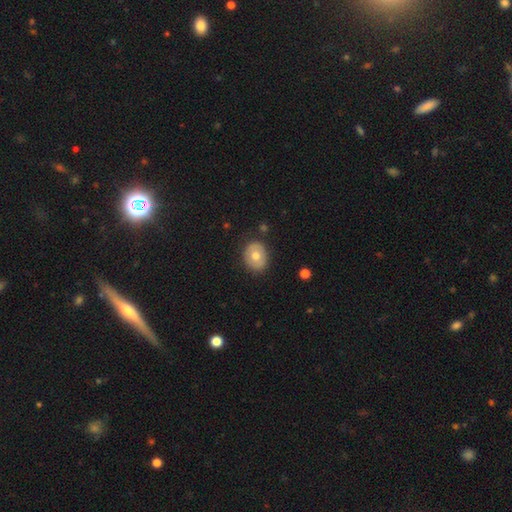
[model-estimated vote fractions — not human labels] smooth-or-featured: smooth: 66% | featured or disk: 27% | star or artifact: 8%
  how-rounded: round: 50% | in between: 49% | cigar-shaped: 1%
  merging: none: 84% | minor disturbance: 12% | major disturbance: 3% | merger: 2%